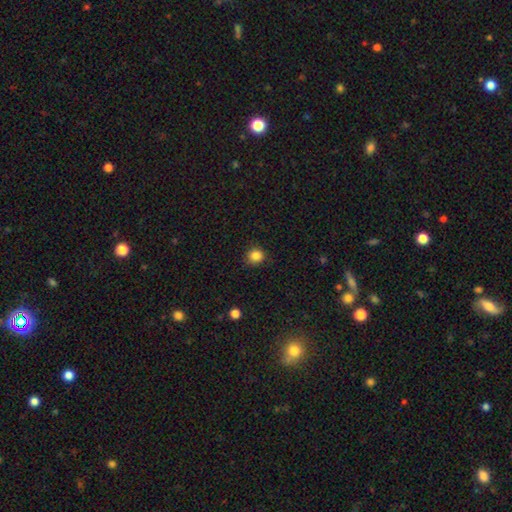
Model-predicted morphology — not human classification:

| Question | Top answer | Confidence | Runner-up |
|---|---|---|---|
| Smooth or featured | smooth | 85% | star or artifact (11%) |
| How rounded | round | 85% | in between (14%) |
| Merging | none | 86% | minor disturbance (11%) |